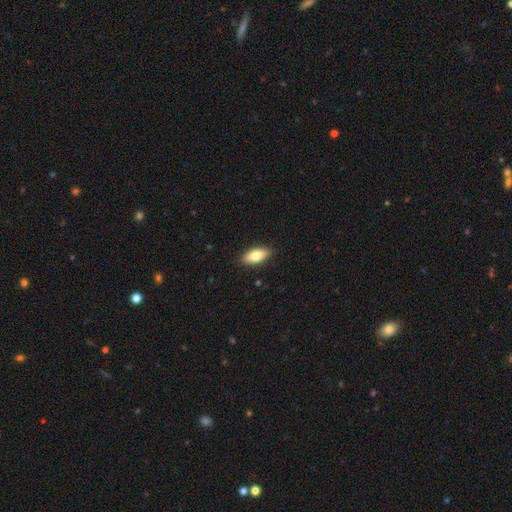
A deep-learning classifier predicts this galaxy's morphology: The model was most divided on "smooth or featured": smooth: 78%, featured or disk: 15%, star or artifact: 6%. More confident: merging — none (88%); how rounded — in between (84%).